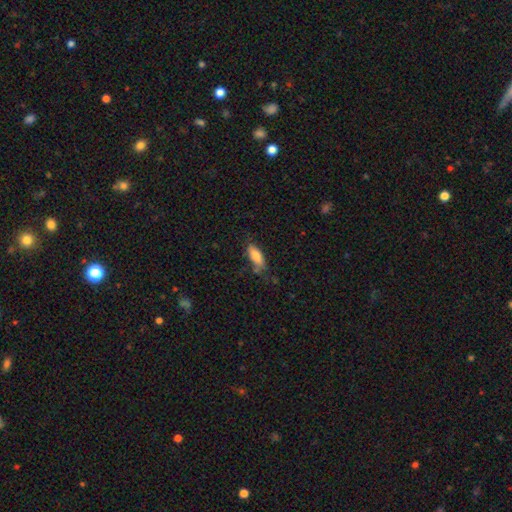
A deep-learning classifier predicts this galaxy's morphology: A smooth galaxy with no disk features (79%) that is in between round and cigar-shaped (74%). Merging: none (59%).